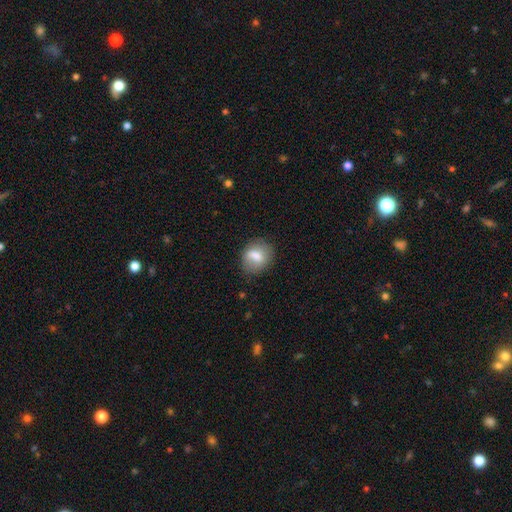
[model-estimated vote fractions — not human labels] smooth-or-featured: smooth: 73% | featured or disk: 19% | star or artifact: 8%
  how-rounded: round: 56% | in between: 42% | cigar-shaped: 2%
  merging: none: 72% | minor disturbance: 19% | major disturbance: 6% | merger: 3%